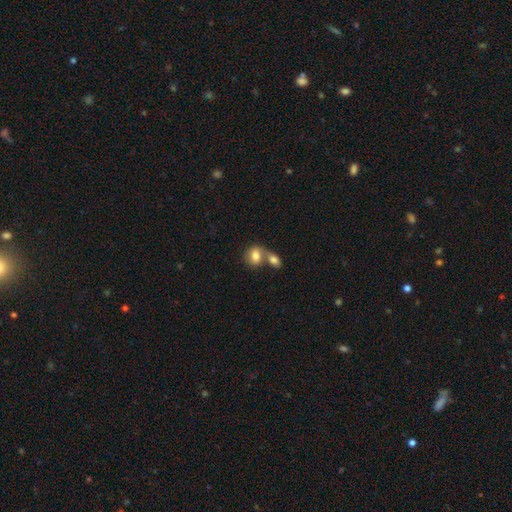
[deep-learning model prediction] Smooth or featured: smooth — 81% (featured or disk — 12%)
How rounded: in between — 56% (round — 42%)
Merging: merger — 63% (none — 26%)